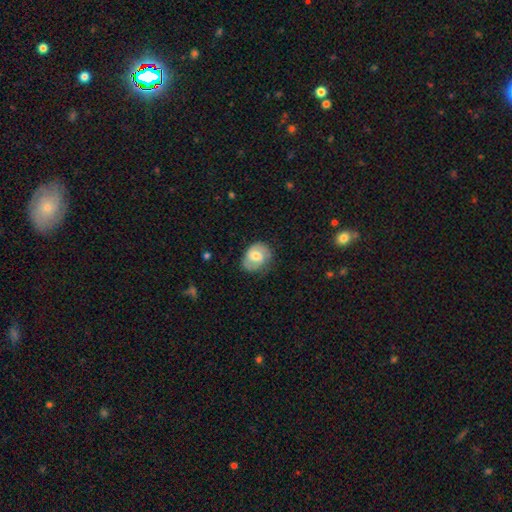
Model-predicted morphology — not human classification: smooth_or_featured: featured or disk (p=0.50) [alt: smooth p=0.43]
merging: none (p=0.69) [alt: minor disturbance p=0.22]